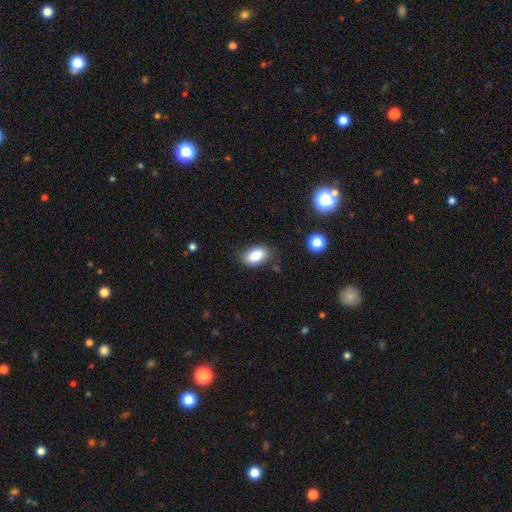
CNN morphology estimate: A smooth galaxy with no disk features (86%) that is in between round and cigar-shaped (90%).

Vote fractions:
- Smooth or featured? smooth: 86% / star or artifact: 8% / featured or disk: 6%
- How rounded? in between: 90% / round: 8% / cigar-shaped: 2%
- Merging? none: 80% / minor disturbance: 14% / major disturbance: 3% / merger: 2%